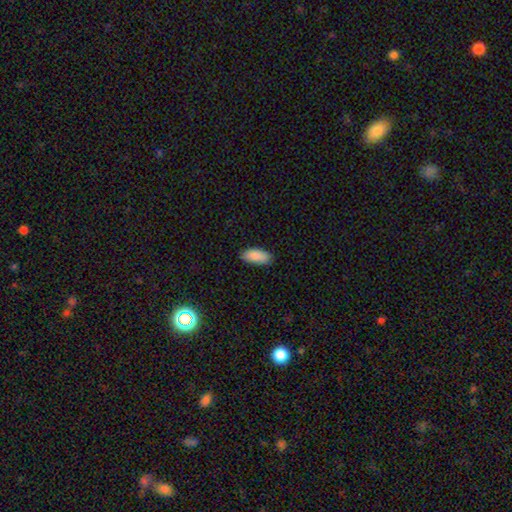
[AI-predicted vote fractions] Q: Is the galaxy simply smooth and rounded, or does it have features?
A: smooth — 89%.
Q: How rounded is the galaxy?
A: in between — 88%.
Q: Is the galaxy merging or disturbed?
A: none — 86%.